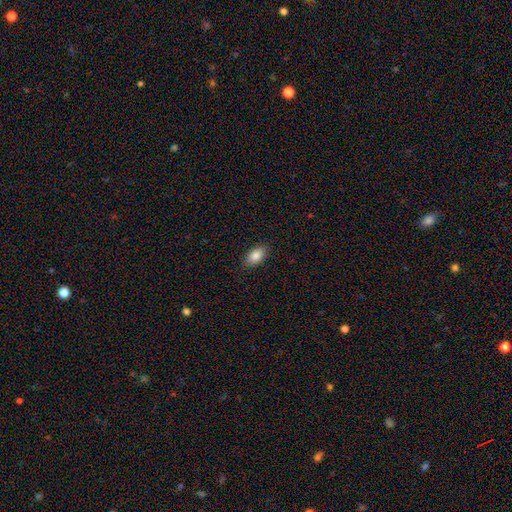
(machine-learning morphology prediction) smooth-or-featured: smooth: 86% | star or artifact: 7% | featured or disk: 7%
  how-rounded: in between: 91% | round: 6% | cigar-shaped: 3%
  merging: none: 87% | minor disturbance: 10% | major disturbance: 2% | merger: 1%